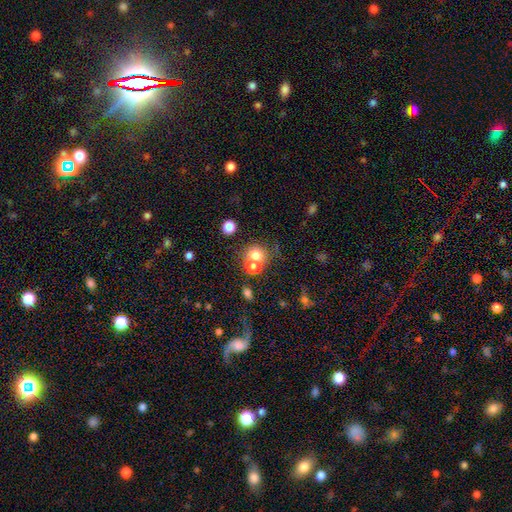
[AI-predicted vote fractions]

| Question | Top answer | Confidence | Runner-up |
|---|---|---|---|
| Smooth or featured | smooth | 72% | star or artifact (14%) |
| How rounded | round | 79% | in between (20%) |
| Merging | merger | 44% | none (43%) |